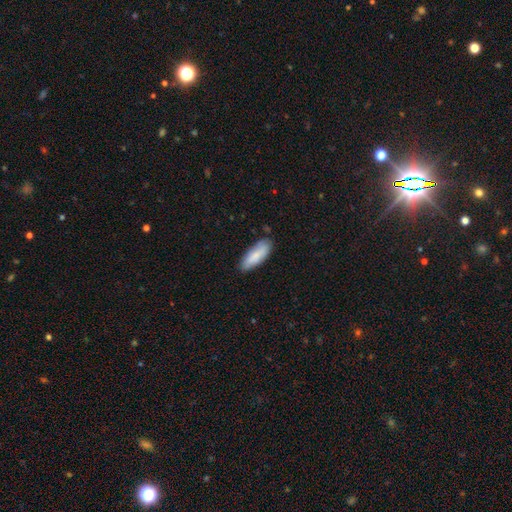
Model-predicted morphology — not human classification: This is clearly a smooth galaxy (83%). How rounded: likely in between (68%). Merging: likely none (77%).